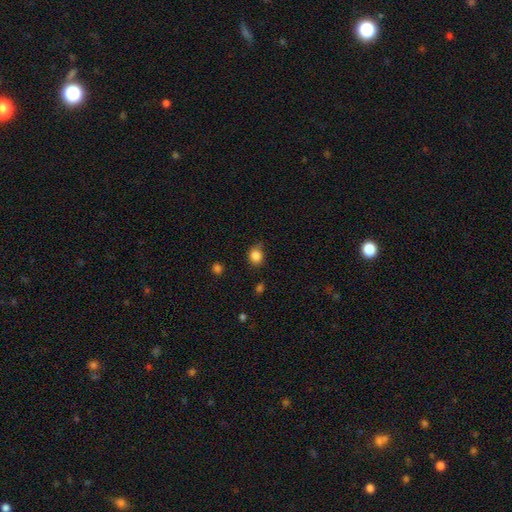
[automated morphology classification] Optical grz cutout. It shows a smooth galaxy with no disk features (85%) that is round (64%). Merging: none (71%).